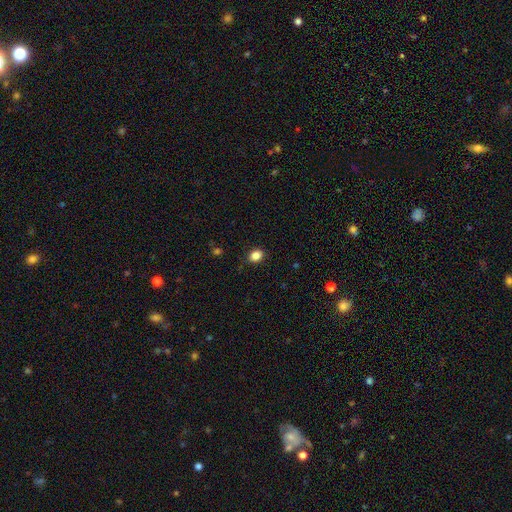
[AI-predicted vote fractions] smooth 86%, star or artifact 10%, featured or disk 4%. Down the decision tree: how rounded — in between (51%); merging — none (88%).